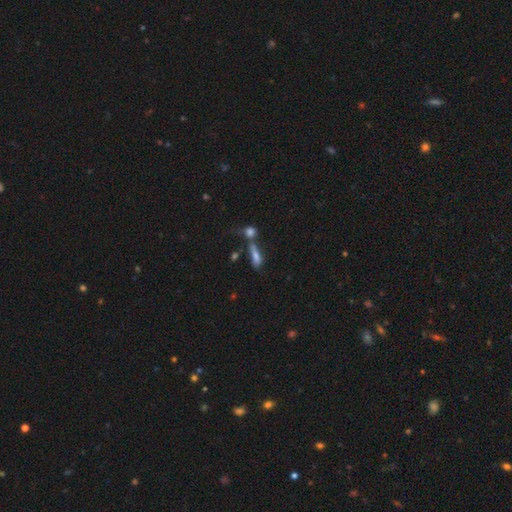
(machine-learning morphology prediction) The model was most divided on "how rounded": cigar-shaped: 51%, in between: 42%, round: 7%. Remaining: smooth or featured — smooth (57%); merging — none (45%).